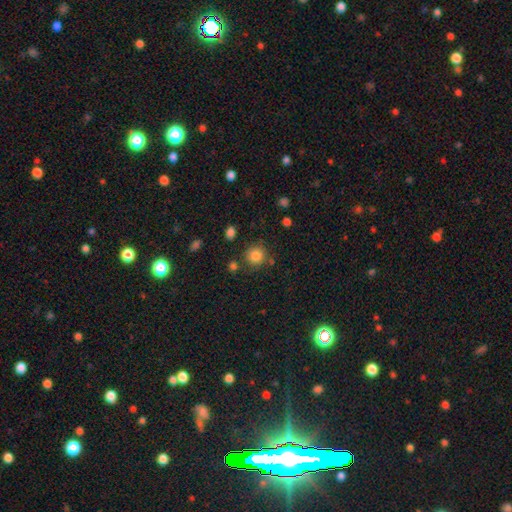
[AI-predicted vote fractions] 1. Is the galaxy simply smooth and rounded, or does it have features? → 84% smooth, 11% star or artifact, 5% featured or disk.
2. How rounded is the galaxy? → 90% round, 9% in between, 1% cigar-shaped.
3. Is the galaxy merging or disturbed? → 79% none, 10% minor disturbance, 7% merger, 4% major disturbance.